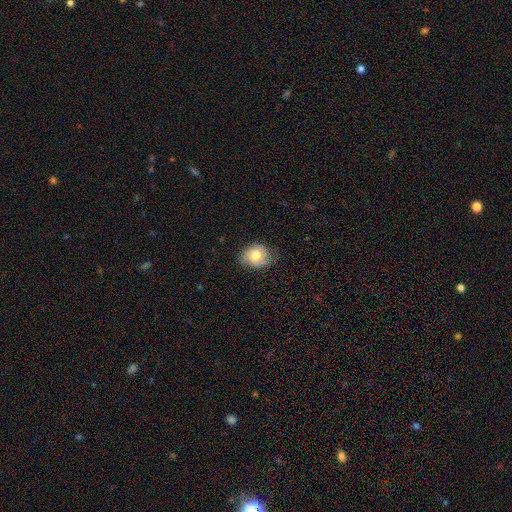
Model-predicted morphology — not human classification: A smooth galaxy with no disk features (67%) that is round (53%).

Vote fractions:
- Smooth or featured? smooth: 67% / featured or disk: 25% / star or artifact: 8%
- How rounded? round: 53% / in between: 46% / cigar-shaped: 1%
- Merging? none: 66% / minor disturbance: 27% / major disturbance: 6% / merger: 1%